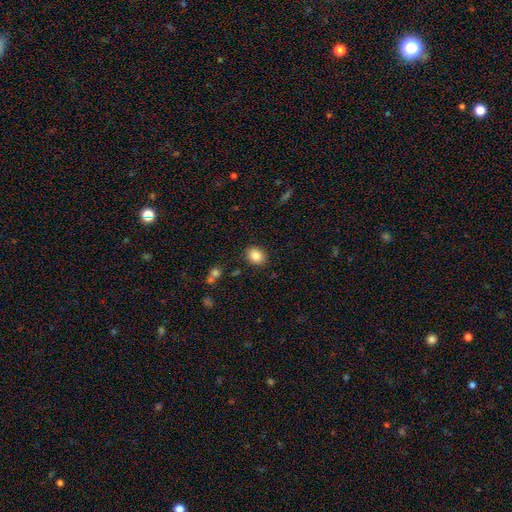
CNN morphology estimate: Overall: smooth (85%). How rounded: in between (57%; round 42%). Merging: none (87%).